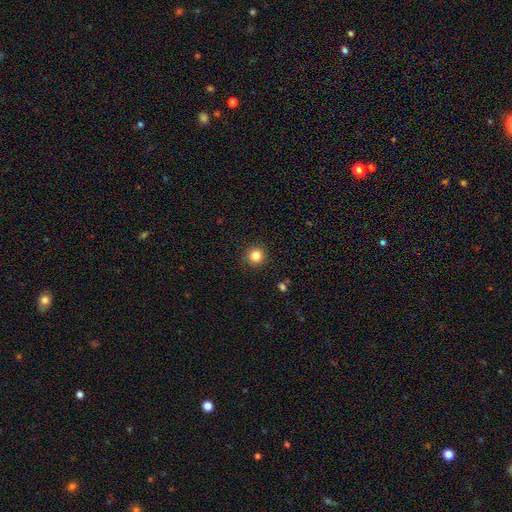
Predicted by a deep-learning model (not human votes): smooth 83%, star or artifact 12%, featured or disk 5%. Down the decision tree: how rounded — round (94%); merging — none (91%).